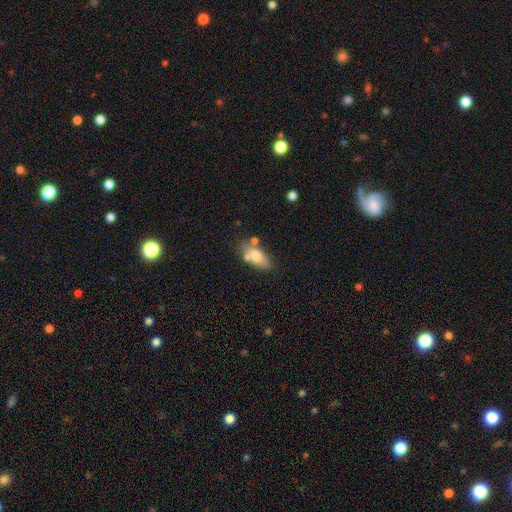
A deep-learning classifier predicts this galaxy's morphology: Smooth or featured? Predicted: smooth (p=0.69). How rounded? Predicted: in between (p=0.88). Merging? Predicted: none (p=0.56).